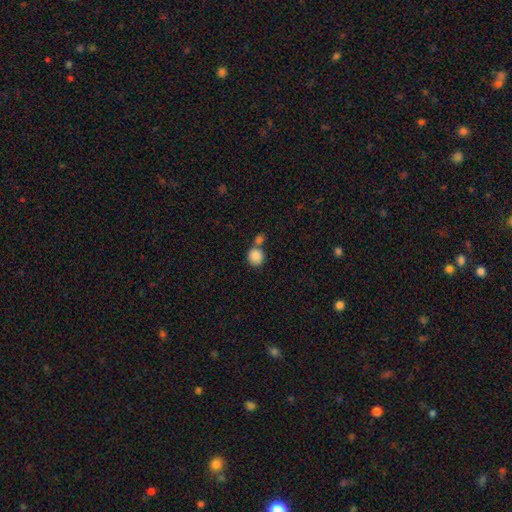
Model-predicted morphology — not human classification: Smooth or featured: smooth — 87% (star or artifact — 8%)
How rounded: round — 78% (in between — 21%)
Merging: none — 45% (merger — 41%)